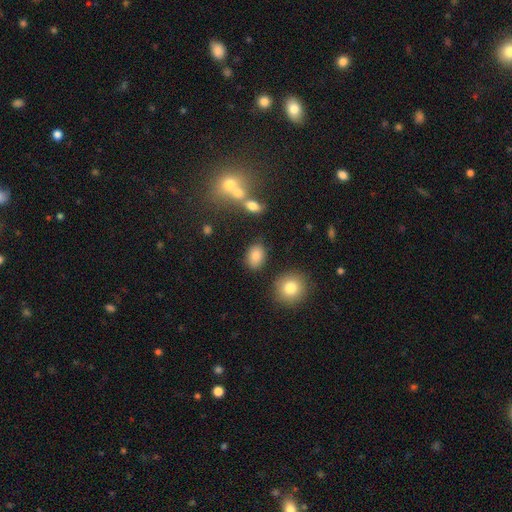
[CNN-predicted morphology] smooth_or_featured: smooth (p=0.84) [alt: star or artifact p=0.10]
how_rounded: in between (p=0.78) [alt: round p=0.21]
merging: none (p=0.83) [alt: minor disturbance p=0.10]